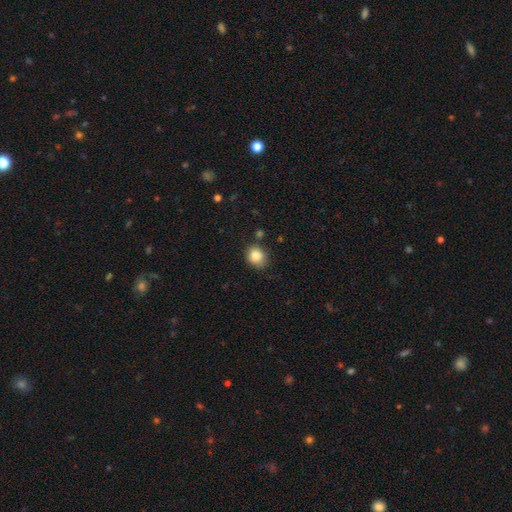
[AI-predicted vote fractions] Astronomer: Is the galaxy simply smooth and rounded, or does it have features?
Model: smooth — 84%.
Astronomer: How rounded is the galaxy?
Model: round — 67%.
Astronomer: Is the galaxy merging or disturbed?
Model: none — 74%.